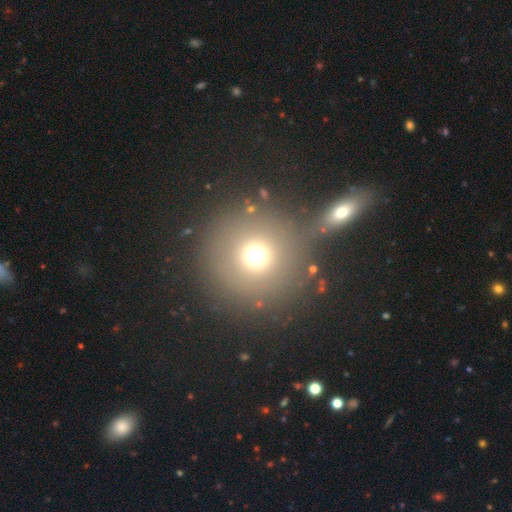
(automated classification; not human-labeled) smooth_or_featured: smooth (p=0.69) [alt: star or artifact p=0.21]
how_rounded: round (p=0.95) [alt: in between p=0.04]
merging: none (p=0.75) [alt: merger p=0.10]